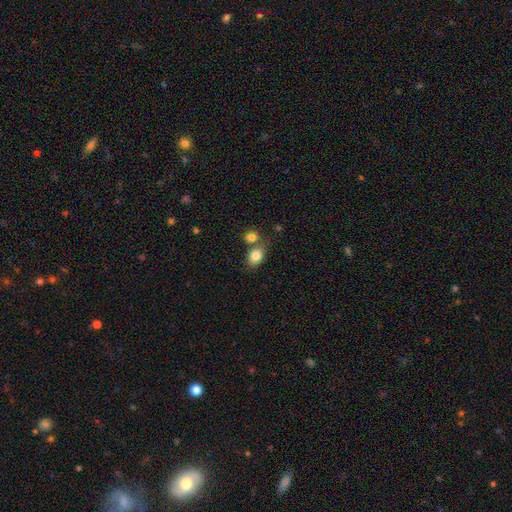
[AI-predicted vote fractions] Smooth or featured: smooth — 83% (star or artifact — 9%)
How rounded: in between — 68% (round — 31%)
Merging: none — 54% (merger — 30%)